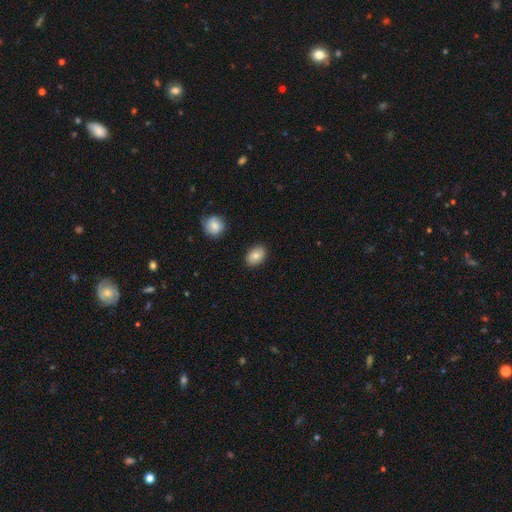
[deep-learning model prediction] Morphology: type=smooth (84%); roundness=in between (84%); merging=none (87%).